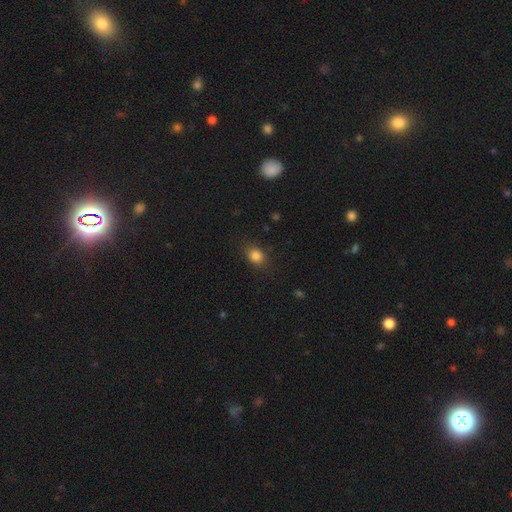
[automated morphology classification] Overall: smooth (83%). How rounded: in between (51%; round 47%). Merging: none (80%).